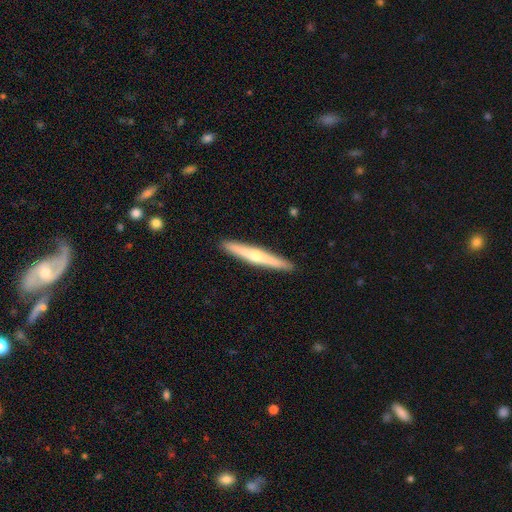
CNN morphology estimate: smooth-or-featured: featured or disk: 58% | smooth: 37% | star or artifact: 5%
  disk-edge-on: yes: 97% | no: 3%
    edge-on-bulge: rounded: 80% | none: 16% | boxy: 4%
  merging: none: 92% | minor disturbance: 5% | major disturbance: 1% | merger: 1%